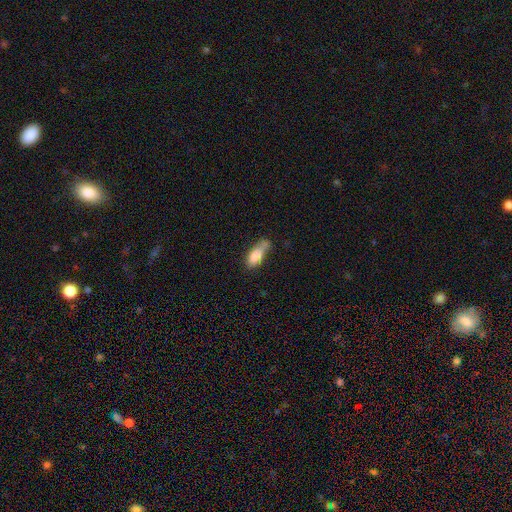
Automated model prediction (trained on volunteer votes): Smooth or featured? smooth (80%)
How rounded? in between (73%)
Merging? none (36%)